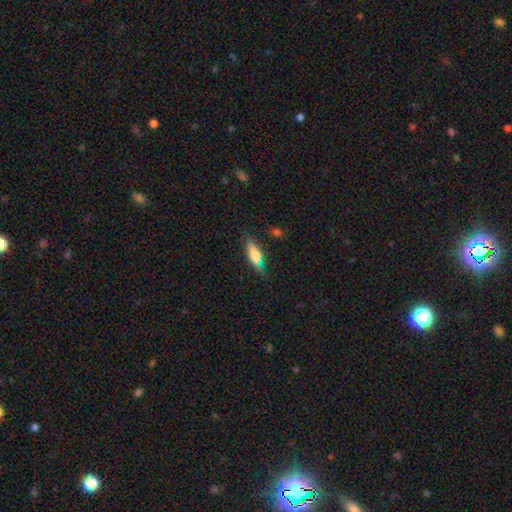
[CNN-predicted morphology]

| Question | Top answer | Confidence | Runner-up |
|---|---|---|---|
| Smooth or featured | smooth | 55% | featured or disk (36%) |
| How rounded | cigar-shaped | 51% | in between (46%) |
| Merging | none | 76% | minor disturbance (17%) |